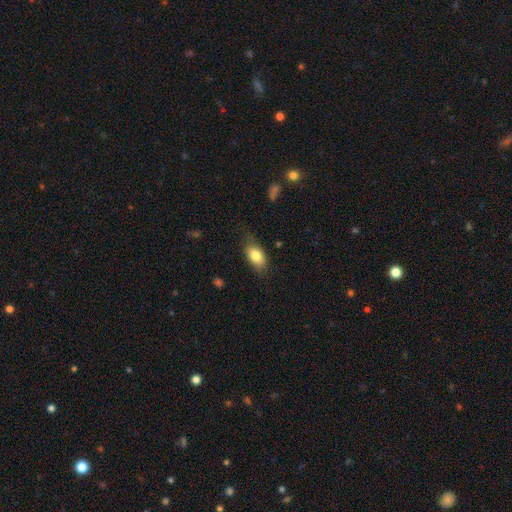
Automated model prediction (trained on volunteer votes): This is clearly a smooth galaxy (81%). How rounded: clearly in between (90%). Merging: likely none (72%).